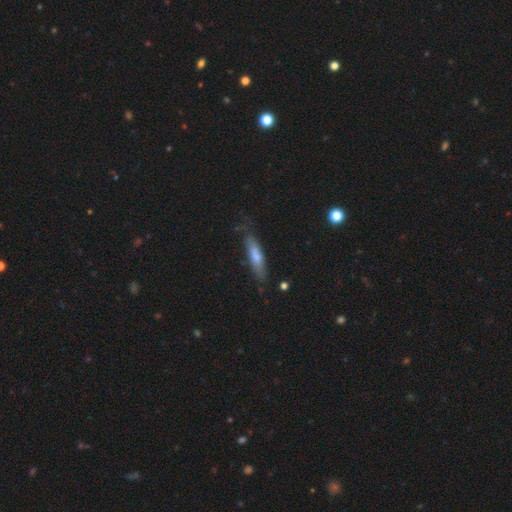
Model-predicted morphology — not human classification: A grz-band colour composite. It shows a smooth galaxy with no disk features (67%) that is cigar-shaped (73%). Merging: none (69%).